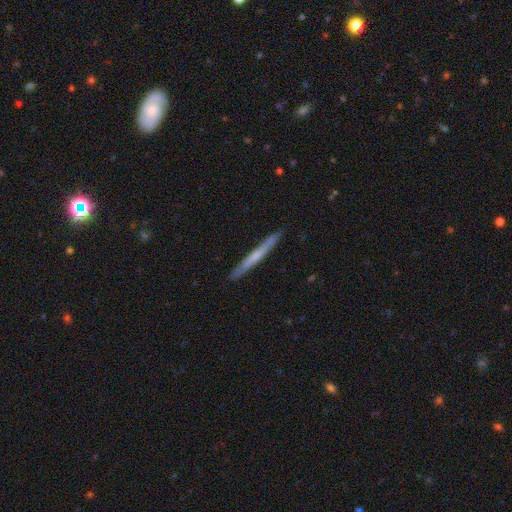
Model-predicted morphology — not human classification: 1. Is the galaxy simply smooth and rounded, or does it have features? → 50% featured or disk, 44% smooth, 6% star or artifact.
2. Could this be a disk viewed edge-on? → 96% yes, 4% no.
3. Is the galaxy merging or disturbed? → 90% none, 7% minor disturbance, 1% major disturbance, 1% merger.